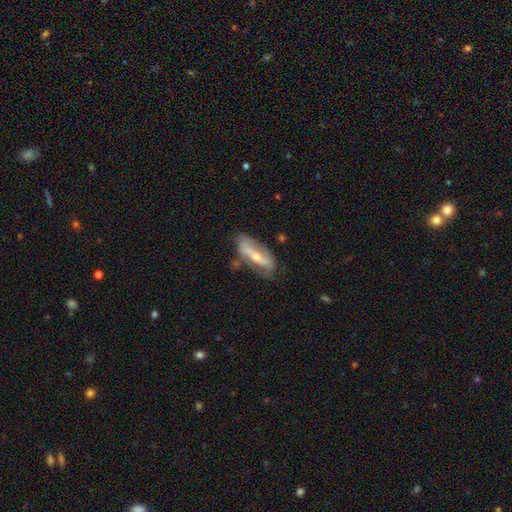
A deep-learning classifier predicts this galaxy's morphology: smooth-or-featured: featured or disk: 68% | smooth: 26% | star or artifact: 6%
  disk-edge-on: no: 72% | yes: 28%
  merging: none: 60% | minor disturbance: 24% | major disturbance: 12% | merger: 4%